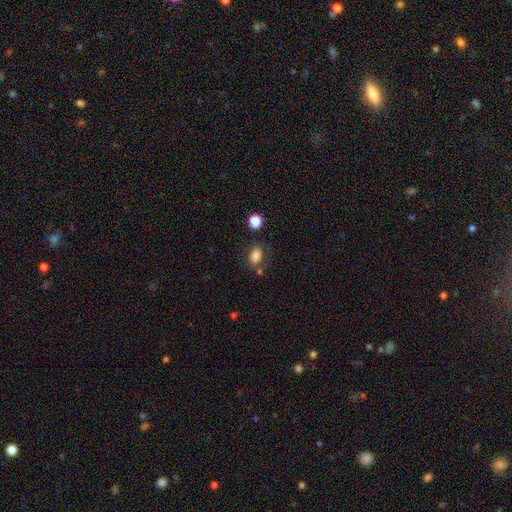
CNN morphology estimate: A smooth galaxy with no disk features (81%) that is in between round and cigar-shaped (80%).

Vote fractions:
- Smooth or featured? smooth: 81% / star or artifact: 11% / featured or disk: 8%
- How rounded? in between: 80% / round: 19% / cigar-shaped: 2%
- Merging? none: 66% / minor disturbance: 17% / merger: 10% / major disturbance: 7%